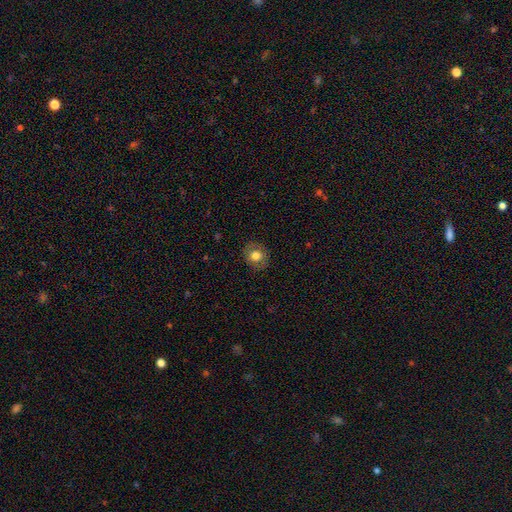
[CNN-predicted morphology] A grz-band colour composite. It shows a smooth galaxy with no disk features (75%) that is round (77%). Merging: none (87%).